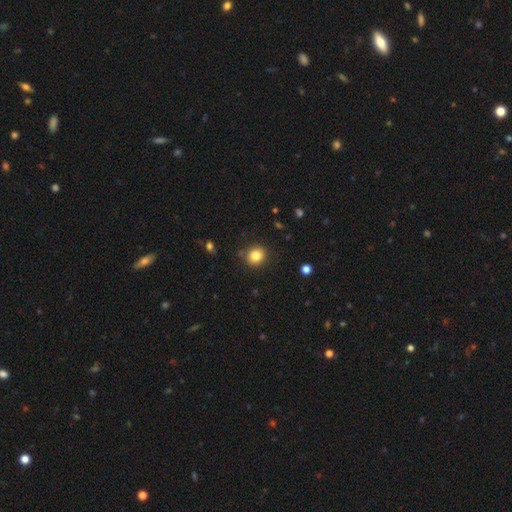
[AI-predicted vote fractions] smooth_or_featured: smooth (p=0.83) [alt: star or artifact p=0.11]
how_rounded: round (p=0.86) [alt: in between p=0.14]
merging: none (p=0.88) [alt: minor disturbance p=0.08]